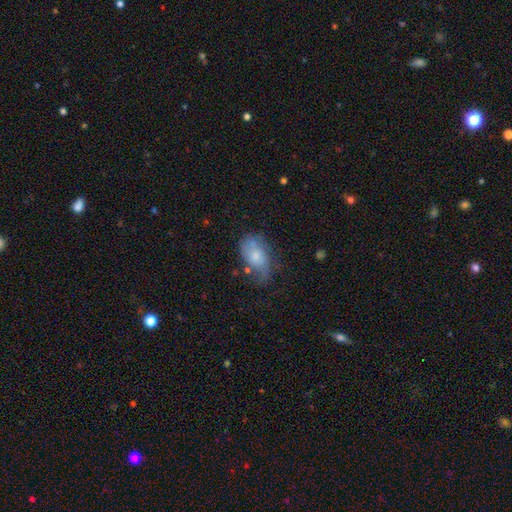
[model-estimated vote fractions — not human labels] A smooth galaxy with no disk features (59%) that is in between round and cigar-shaped (90%). Merging: none (43%).